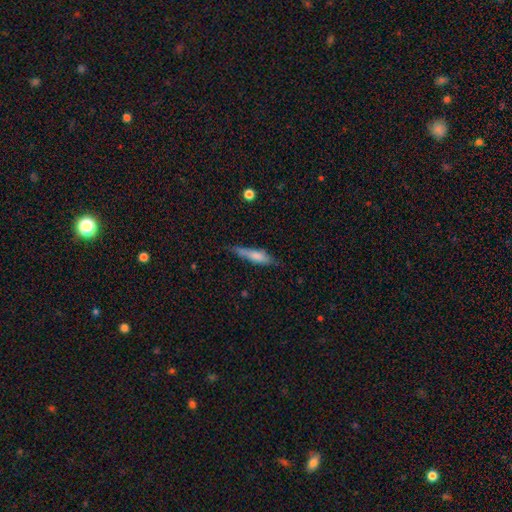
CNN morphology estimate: A smooth galaxy with no disk features (65%) that is cigar-shaped (75%).

Vote fractions:
- Smooth or featured? smooth: 65% / featured or disk: 28% / star or artifact: 7%
- How rounded? cigar-shaped: 75% / in between: 23% / round: 2%
- Merging? none: 67% / minor disturbance: 25% / major disturbance: 6% / merger: 2%